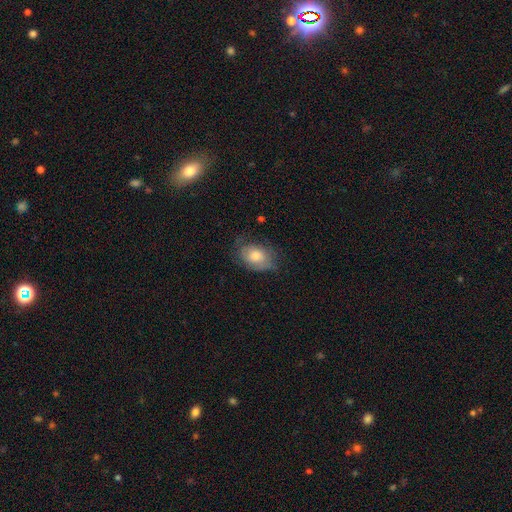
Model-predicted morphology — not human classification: The model was most divided on "merging": none: 59%, minor disturbance: 28%, major disturbance: 11%, merger: 1%. More confident: how rounded — in between (79%); smooth or featured — smooth (63%).